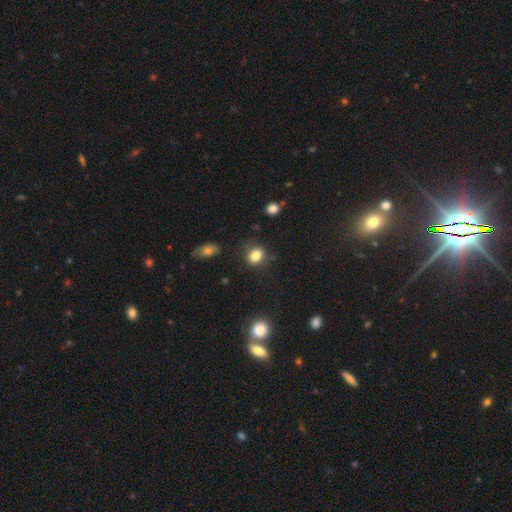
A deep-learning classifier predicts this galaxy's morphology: The model was most divided on "how rounded": in between: 56%, round: 42%, cigar-shaped: 1%. More confident: smooth or featured — smooth (83%); merging — none (76%).